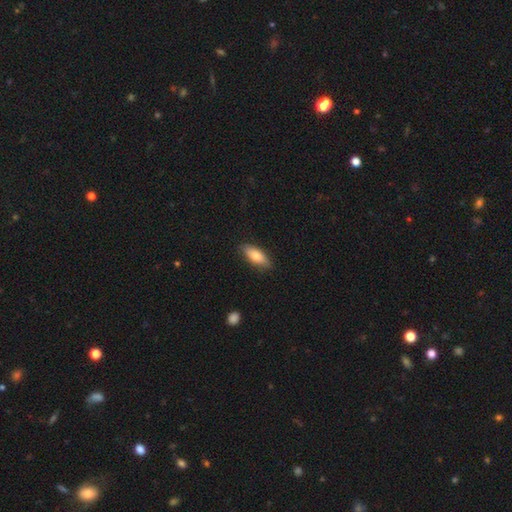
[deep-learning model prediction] This is likely a smooth galaxy (77%). How rounded: likely in between (77%). Merging: clearly none (83%).